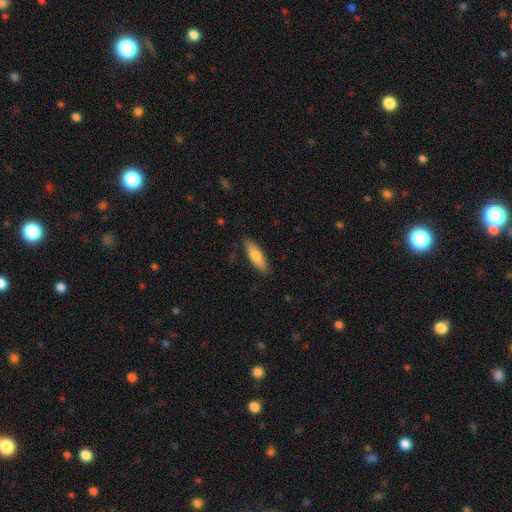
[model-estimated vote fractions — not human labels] Q: Smooth or featured?
A: smooth (72%); runner-up: featured or disk (23%)
Q: How rounded?
A: in between (51%); runner-up: cigar-shaped (47%)
Q: Merging?
A: none (87%); runner-up: minor disturbance (10%)